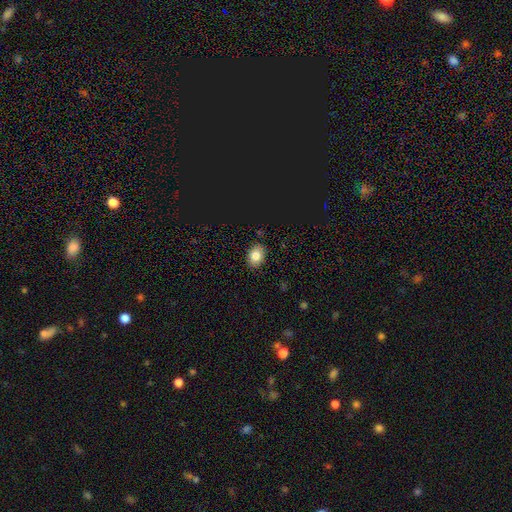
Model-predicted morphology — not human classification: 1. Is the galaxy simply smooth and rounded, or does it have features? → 80% smooth, 12% star or artifact, 8% featured or disk.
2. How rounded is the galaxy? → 63% in between, 36% round, 1% cigar-shaped.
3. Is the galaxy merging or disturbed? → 88% none, 9% minor disturbance, 2% major disturbance, 1% merger.